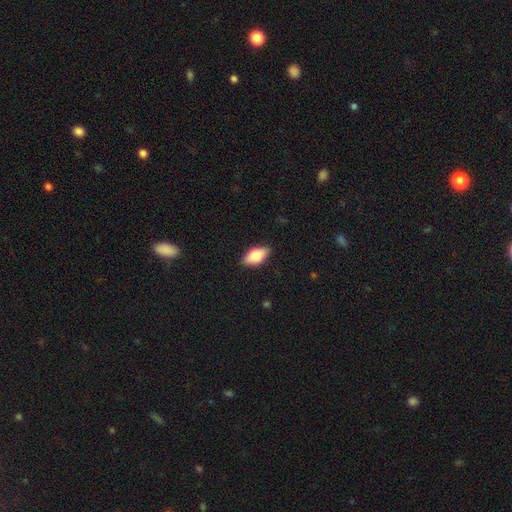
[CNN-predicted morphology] This is likely a smooth galaxy (71%). How rounded: clearly in between (88%). Merging: clearly none (87%).